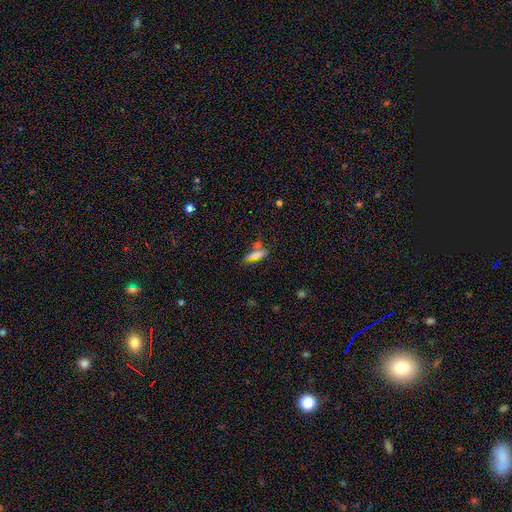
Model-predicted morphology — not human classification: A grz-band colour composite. It shows a smooth galaxy with no disk features (70%) that is cigar-shaped (63%). Merging: none (54%).